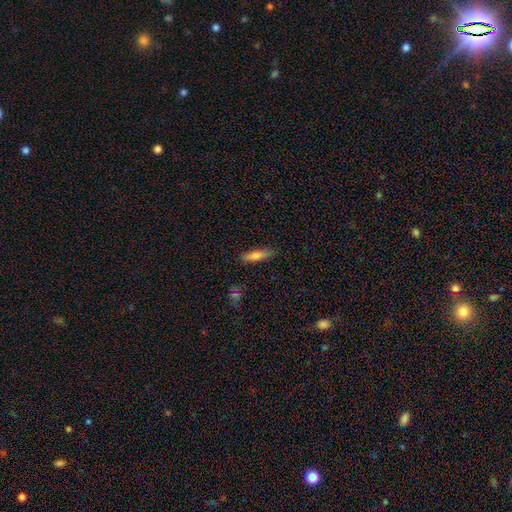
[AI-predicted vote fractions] Smooth or featured: smooth — 73% (featured or disk — 18%)
How rounded: cigar-shaped — 70% (in between — 28%)
Merging: none — 83% (minor disturbance — 13%)